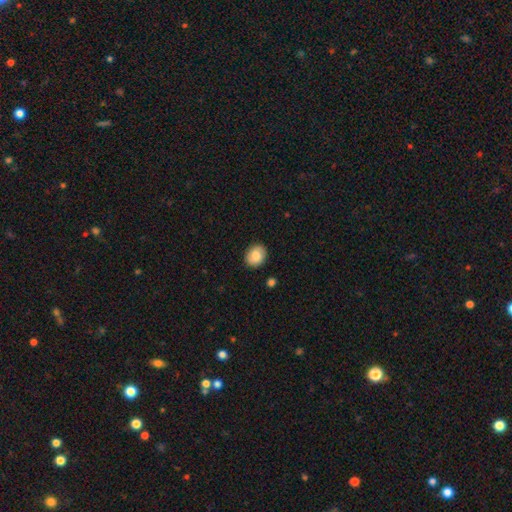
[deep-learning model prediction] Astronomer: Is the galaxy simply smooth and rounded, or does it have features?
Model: smooth — 84%.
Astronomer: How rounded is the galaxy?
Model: round — 61% (runner-up: in between, 38%).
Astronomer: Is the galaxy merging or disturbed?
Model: none — 88%.